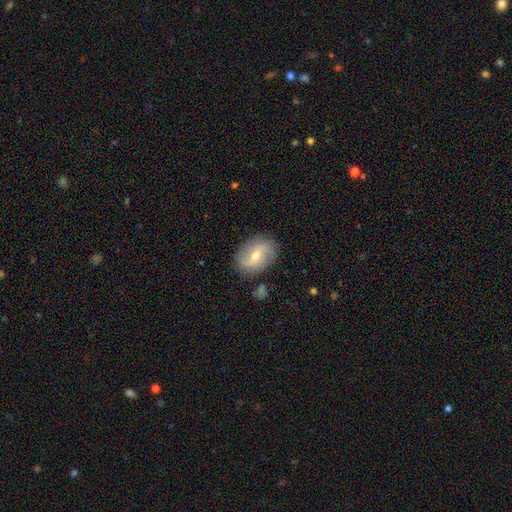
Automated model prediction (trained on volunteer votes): A featured or disk galaxy (63%) with a weak bar (45%), spiral arms (75%) and a moderate central bulge (56%).

Vote fractions:
- Smooth or featured? featured or disk: 63% / smooth: 29% / star or artifact: 8%
- Edge-on disk? no: 94% / yes: 6%
- Bar? weak: 45% / strong: 30% / no: 25%
- Spiral arms? yes: 75% / no: 25%
- Bulge size? moderate: 56% / small: 40% / large: 2% / none: 1% / dominant: 1%
- Merging? none: 81% / minor disturbance: 14% / major disturbance: 4% / merger: 2%